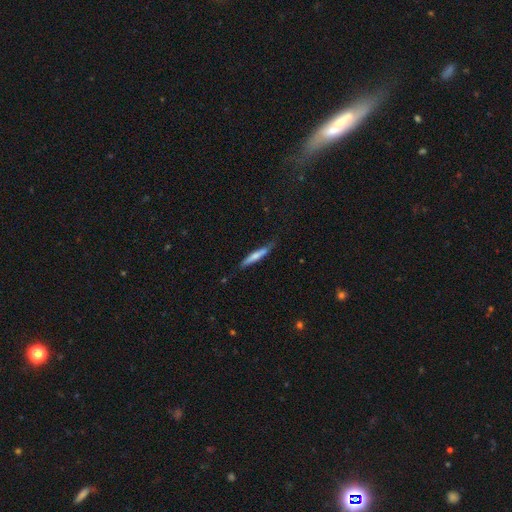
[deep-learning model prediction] A smooth galaxy with no disk features (64%) that is cigar-shaped (93%).

Vote fractions:
- Smooth or featured? smooth: 64% / featured or disk: 30% / star or artifact: 6%
- How rounded? cigar-shaped: 93% / in between: 5% / round: 1%
- Merging? none: 73% / minor disturbance: 21% / major disturbance: 4% / merger: 2%